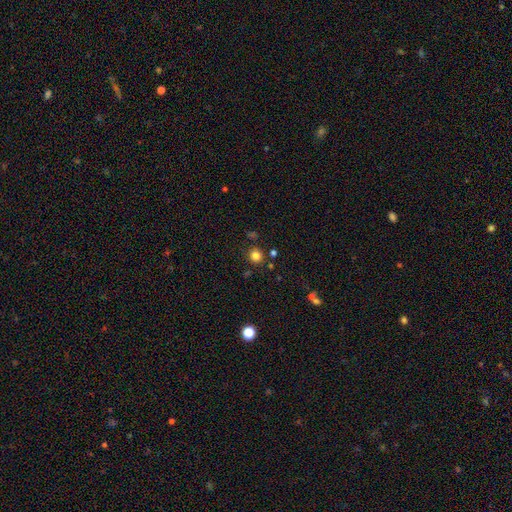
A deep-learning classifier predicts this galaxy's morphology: Smooth or featured?
  - smooth: 80% *
  - star or artifact: 15%
  - featured or disk: 5%
How rounded?
  - round: 92% *
  - in between: 7%
  - cigar-shaped: 1%
Merging?
  - none: 85% *
  - minor disturbance: 8%
  - merger: 5%
  - major disturbance: 3%